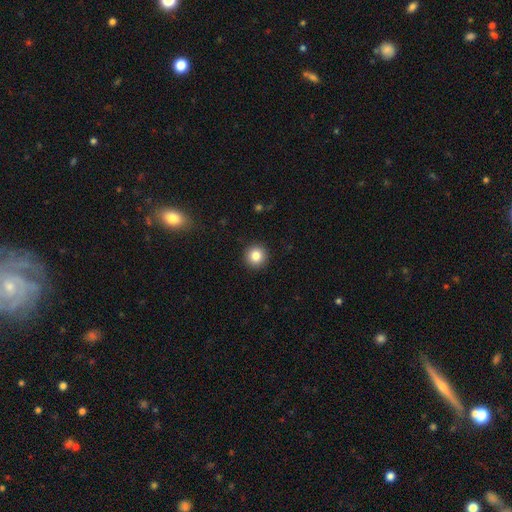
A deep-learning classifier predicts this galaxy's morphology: type=smooth (84%); roundness=round (95%); merging=none (93%).